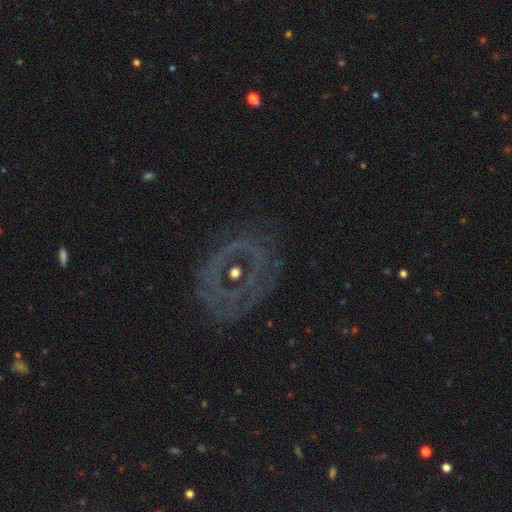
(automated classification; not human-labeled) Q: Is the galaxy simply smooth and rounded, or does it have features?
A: featured or disk — 68%.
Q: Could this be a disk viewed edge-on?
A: no — 96%.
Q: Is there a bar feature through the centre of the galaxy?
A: no — 47%.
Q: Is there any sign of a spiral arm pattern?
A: yes — 50%, tied with no.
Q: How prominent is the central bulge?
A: small — 52%.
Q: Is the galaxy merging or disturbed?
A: none — 65%.